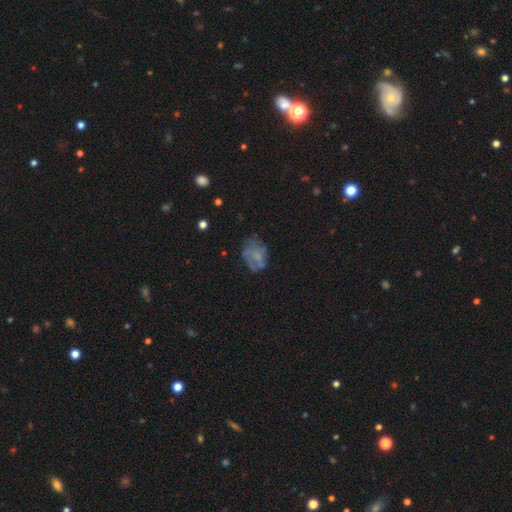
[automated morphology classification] Smooth or featured: smooth — 47% (featured or disk — 40%)
Merging: none — 50% (minor disturbance — 26%)